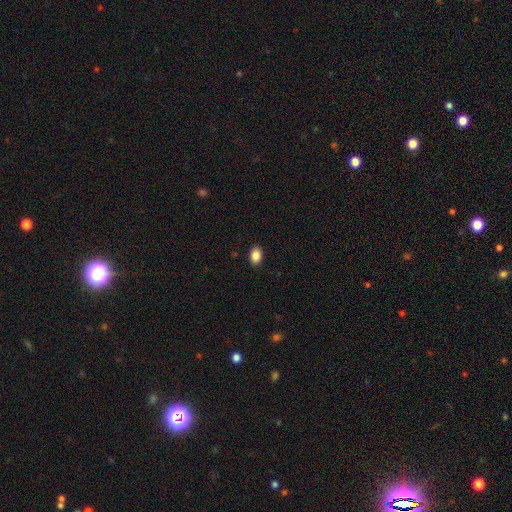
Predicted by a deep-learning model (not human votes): smooth-or-featured: smooth: 87% | star or artifact: 8% | featured or disk: 5%
  how-rounded: in between: 80% | round: 19% | cigar-shaped: 1%
  merging: none: 89% | minor disturbance: 8% | major disturbance: 2% | merger: 1%